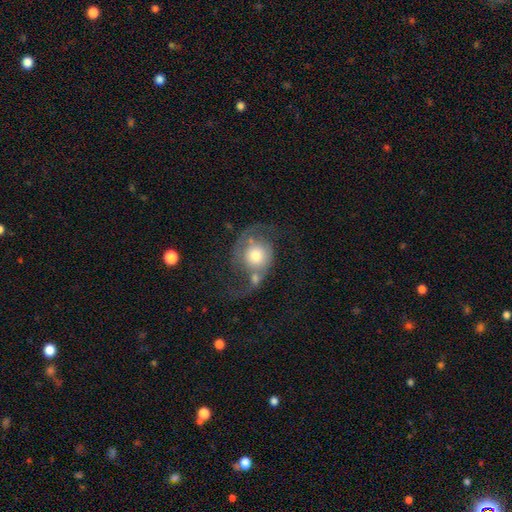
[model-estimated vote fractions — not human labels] Smooth or featured? featured or disk (64%)
Edge-on disk? no (97%)
Bar? no (80%)
Spiral arms? yes (82%)
Spiral winding? loose (55%)
Spiral arm count? 2 (81%)
Bulge size? moderate (58%)
Merging? none (37%)